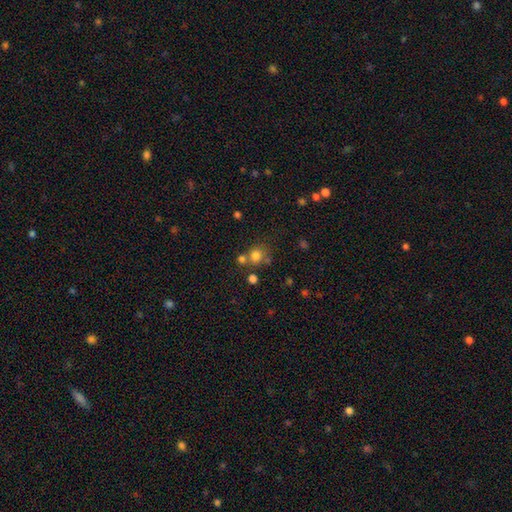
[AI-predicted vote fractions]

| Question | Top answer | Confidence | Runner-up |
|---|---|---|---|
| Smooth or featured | smooth | 76% | star or artifact (16%) |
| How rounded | round | 84% | in between (15%) |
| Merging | none | 57% | merger (27%) |